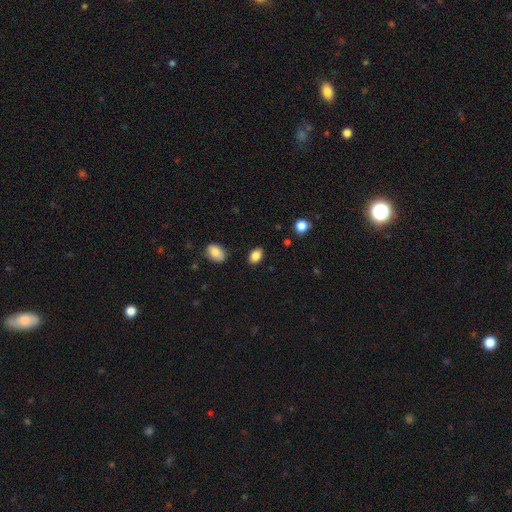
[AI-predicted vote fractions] This appears to be a smooth galaxy with no disk features (85%) that is in between round and cigar-shaped (85%). Merging: none (86%).